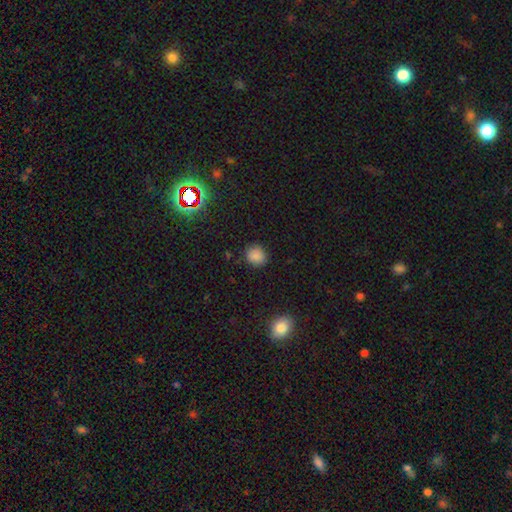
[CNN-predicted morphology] smooth_or_featured: smooth (p=0.84) [alt: star or artifact p=0.12]
how_rounded: round (p=0.79) [alt: in between p=0.20]
merging: none (p=0.86) [alt: minor disturbance p=0.10]